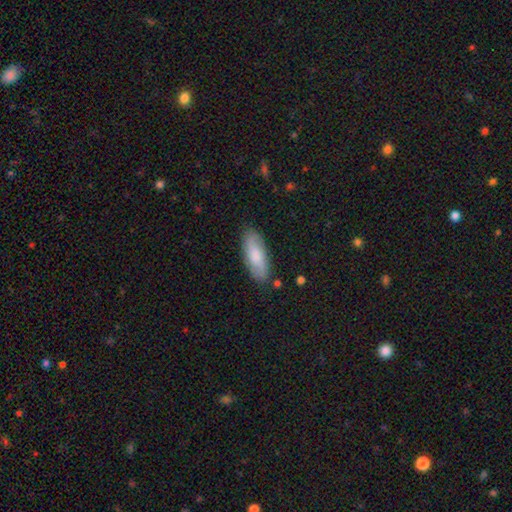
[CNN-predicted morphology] smooth-or-featured: smooth: 73% | featured or disk: 21% | star or artifact: 6%
  how-rounded: in between: 73% | cigar-shaped: 25% | round: 2%
  merging: none: 83% | minor disturbance: 13% | major disturbance: 3% | merger: 2%